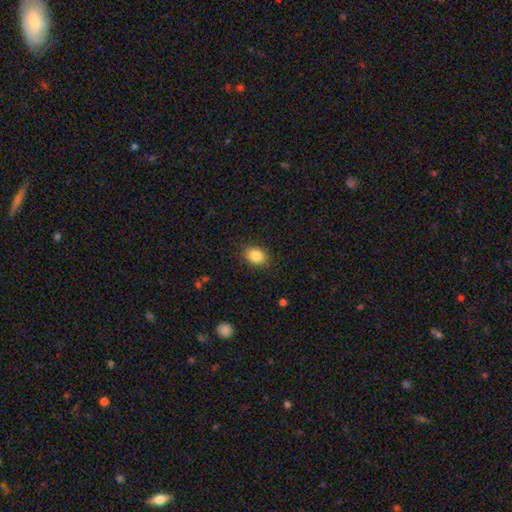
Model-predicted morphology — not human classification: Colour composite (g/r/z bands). It shows a smooth galaxy with no disk features (86%) that is in between round and cigar-shaped (71%). Merging: none (87%).